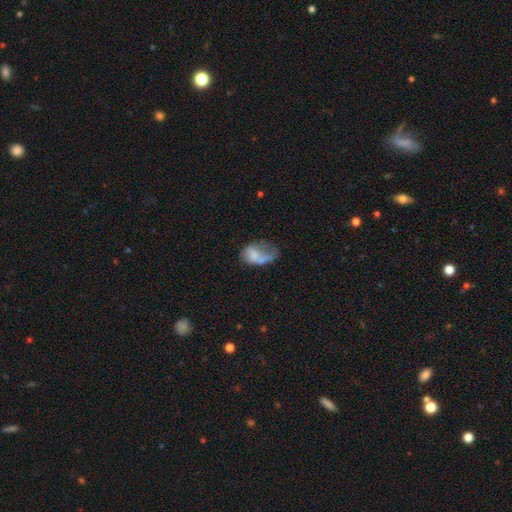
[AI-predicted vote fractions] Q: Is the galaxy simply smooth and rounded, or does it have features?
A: smooth — 58%.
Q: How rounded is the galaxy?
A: in between — 84%.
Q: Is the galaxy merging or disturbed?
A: major disturbance — 44%.